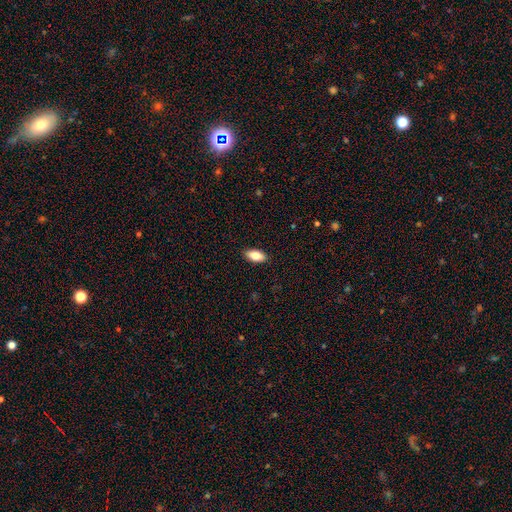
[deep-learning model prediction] A smooth galaxy with no disk features (82%) that is in between round and cigar-shaped (91%). Merging: none (90%).